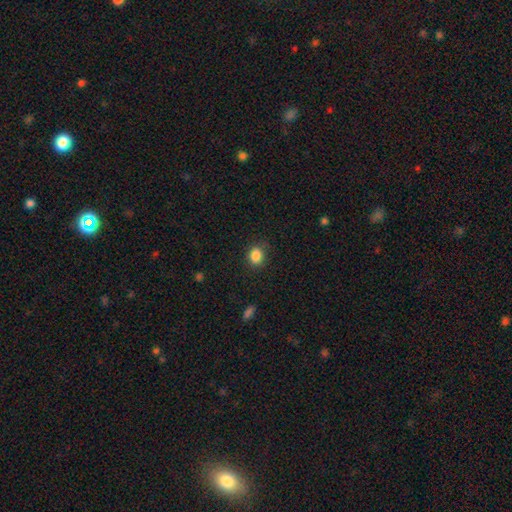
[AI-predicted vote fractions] smooth-or-featured: smooth: 86% | star or artifact: 10% | featured or disk: 4%
  how-rounded: round: 53% | in between: 46% | cigar-shaped: 1%
  merging: none: 81% | minor disturbance: 14% | major disturbance: 4% | merger: 1%